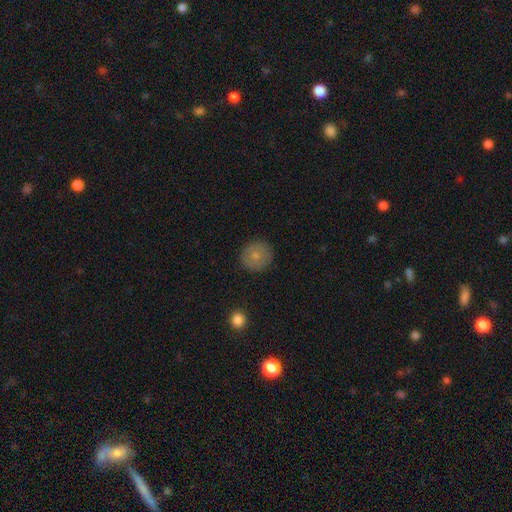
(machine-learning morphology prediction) type=smooth (72%); roundness=round (91%); merging=none (89%).